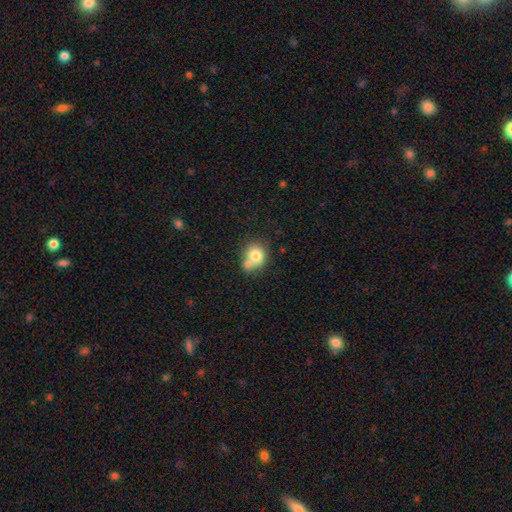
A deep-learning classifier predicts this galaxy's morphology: Overall: smooth (77%). How rounded: round (74%). Merging: none (44%; merger 38%).